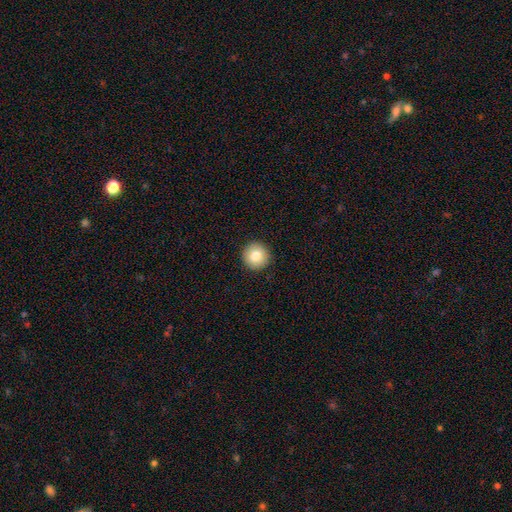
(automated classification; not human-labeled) This appears to be a smooth galaxy with no disk features (81%) that is round (96%). Merging: none (93%).